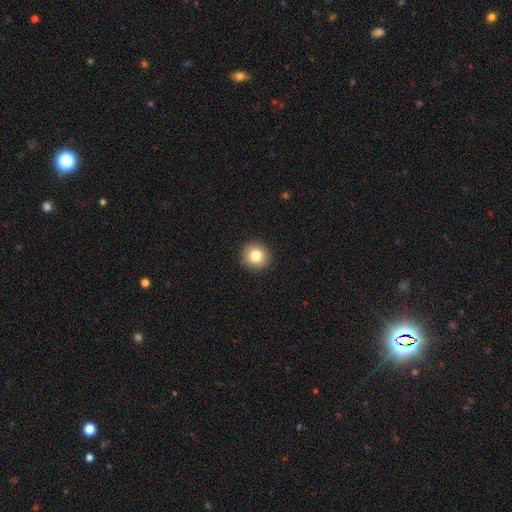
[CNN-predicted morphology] Overall: smooth (82%). How rounded: round (89%). Merging: none (91%).